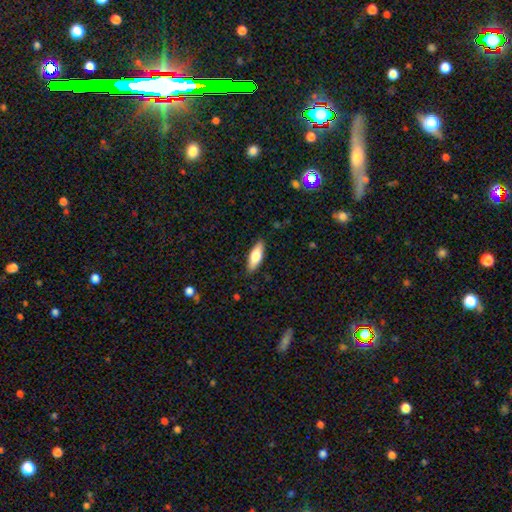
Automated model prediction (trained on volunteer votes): A smooth galaxy with no disk features (71%) that is in between round and cigar-shaped (63%). Merging: none (87%).